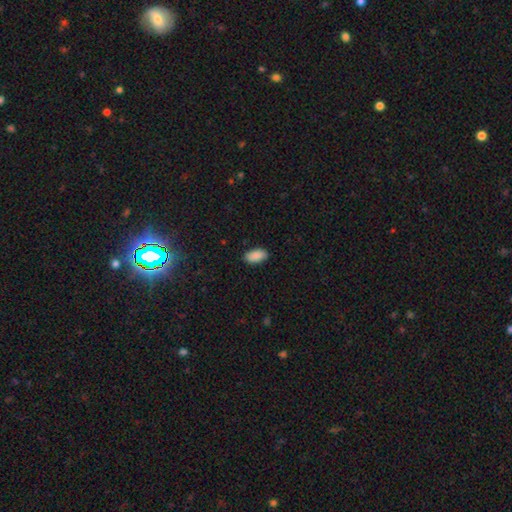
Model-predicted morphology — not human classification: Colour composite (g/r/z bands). It shows a smooth galaxy with no disk features (90%) that is in between round and cigar-shaped (94%). Merging: none (89%).